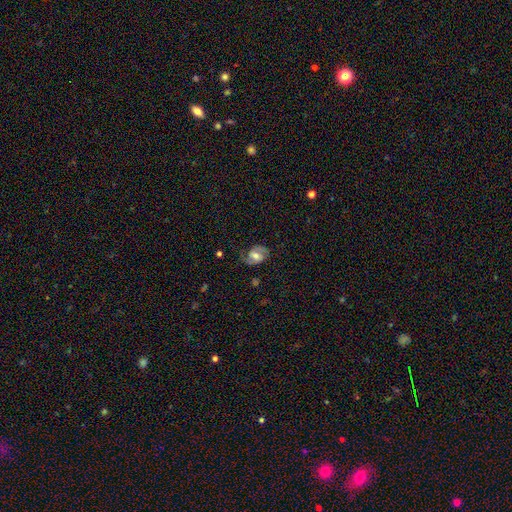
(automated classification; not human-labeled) featured or disk 69%, smooth 24%, star or artifact 7%. Down the decision tree: edge-on disk — no (96%); bar — weak (46%); spiral arms — yes (88%); spiral arm count — 2 (85%); spiral winding — medium (48%); bulge size — moderate (62%); merging — none (69%).